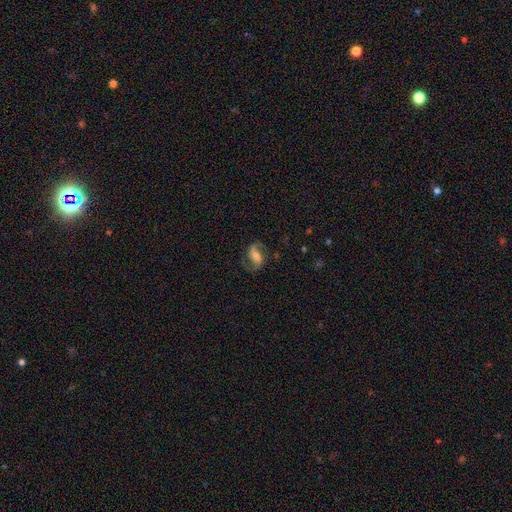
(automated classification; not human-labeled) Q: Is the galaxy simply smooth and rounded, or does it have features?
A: featured or disk — 82%.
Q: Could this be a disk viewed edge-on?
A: no — 97%.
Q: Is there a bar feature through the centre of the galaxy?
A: weak — 40%.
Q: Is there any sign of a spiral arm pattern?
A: yes — 96%.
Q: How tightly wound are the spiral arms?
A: medium — 48%.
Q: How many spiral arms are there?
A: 2 — 92%.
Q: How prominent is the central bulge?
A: moderate — 49%.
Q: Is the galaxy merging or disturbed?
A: none — 77%.